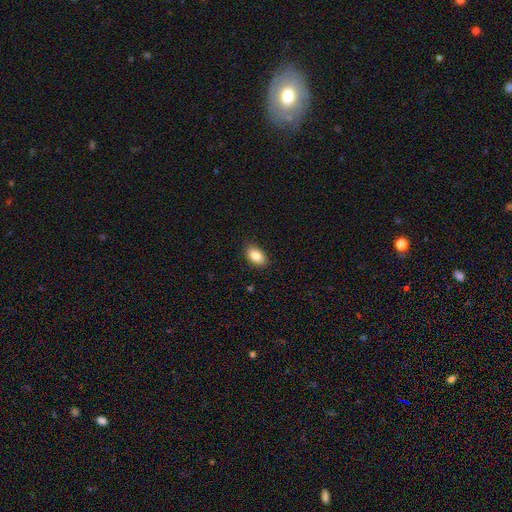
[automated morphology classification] The model was most divided on "merging": none: 87%, minor disturbance: 10%, major disturbance: 2%, merger: 1%. More confident: how rounded — in between (91%); smooth or featured — smooth (87%).